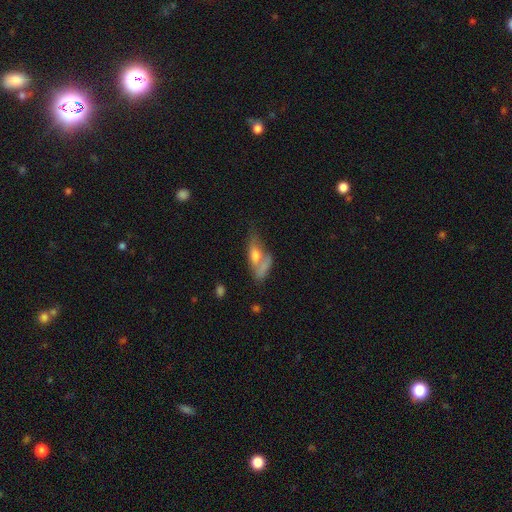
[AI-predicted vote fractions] The model was most divided on "merging": merger: 37%, none: 27%, minor disturbance: 18%, major disturbance: 17%. More confident: how rounded — in between (69%); smooth or featured — smooth (61%).